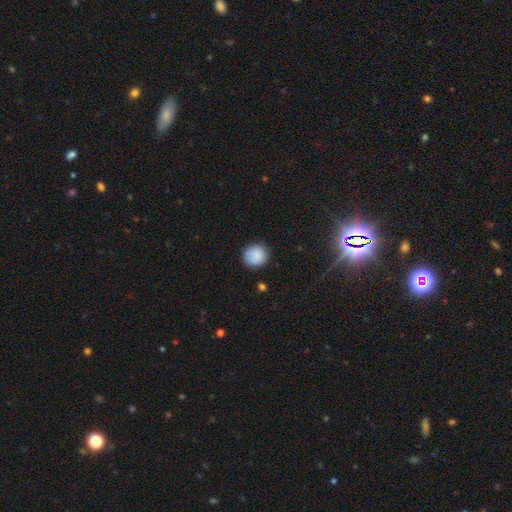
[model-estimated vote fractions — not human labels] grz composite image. It shows a smooth galaxy with no disk features (88%) that is round (92%). Merging: none (88%).